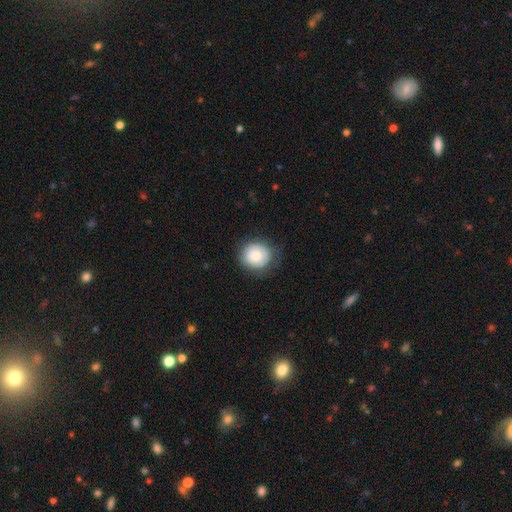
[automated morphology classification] A smooth galaxy with no disk features (78%) that is round (84%).

Vote fractions:
- Smooth or featured? smooth: 78% / featured or disk: 14% / star or artifact: 8%
- How rounded? round: 84% / in between: 15% / cigar-shaped: 1%
- Merging? none: 77% / minor disturbance: 16% / major disturbance: 6% / merger: 1%